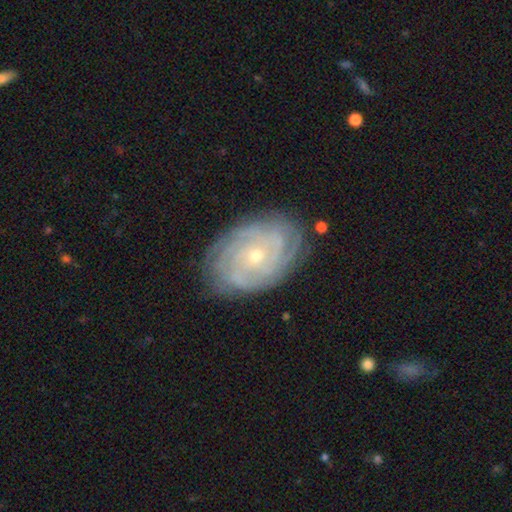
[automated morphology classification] Q: Smooth or featured?
A: featured or disk (84%); runner-up: smooth (9%)
Q: Edge-on disk?
A: no (96%); runner-up: yes (4%)
Q: Bar?
A: no (77%); runner-up: weak (18%)
Q: Spiral arms?
A: yes (96%); runner-up: no (4%)
Q: Spiral winding?
A: tight (81%); runner-up: medium (15%)
Q: Spiral arm count?
A: can't tell (31%); runner-up: 4 (23%)
Q: Bulge size?
A: small (66%); runner-up: moderate (31%)
Q: Merging?
A: none (81%); runner-up: minor disturbance (14%)